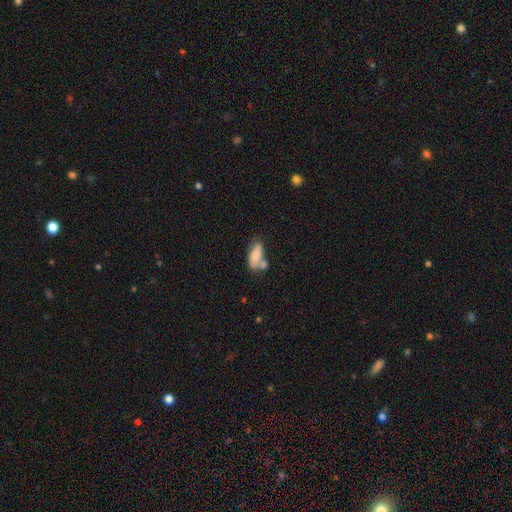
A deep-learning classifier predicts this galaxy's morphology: Smooth or featured?
  - smooth: 77% *
  - featured or disk: 16%
  - star or artifact: 7%
How rounded?
  - in between: 82% *
  - cigar-shaped: 15%
  - round: 3%
Merging?
  - none: 40% *
  - merger: 32%
  - minor disturbance: 20%
  - major disturbance: 8%